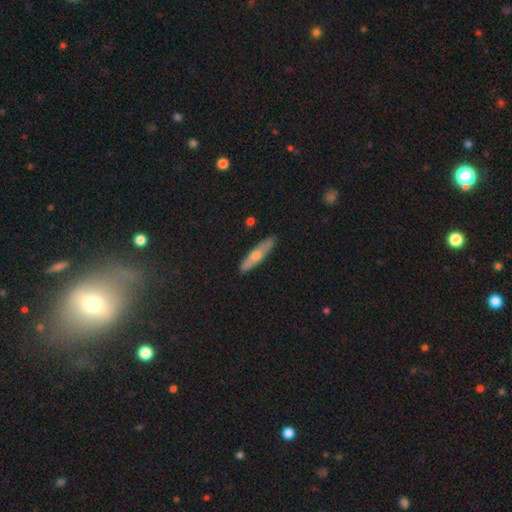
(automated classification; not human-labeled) Smooth or featured?
  - smooth: 49% *
  - featured or disk: 44%
  - star or artifact: 6%
Merging?
  - none: 88% *
  - minor disturbance: 9%
  - major disturbance: 2%
  - merger: 1%